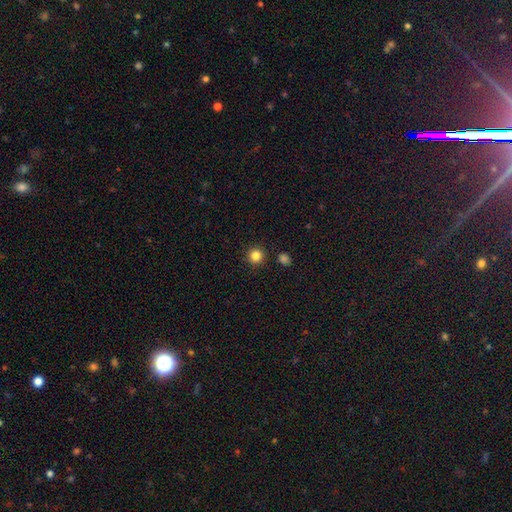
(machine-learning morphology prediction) Smooth or featured?
  - smooth: 84% *
  - star or artifact: 12%
  - featured or disk: 5%
How rounded?
  - round: 95% *
  - in between: 4%
  - cigar-shaped: 1%
Merging?
  - none: 91% *
  - minor disturbance: 5%
  - merger: 2%
  - major disturbance: 2%